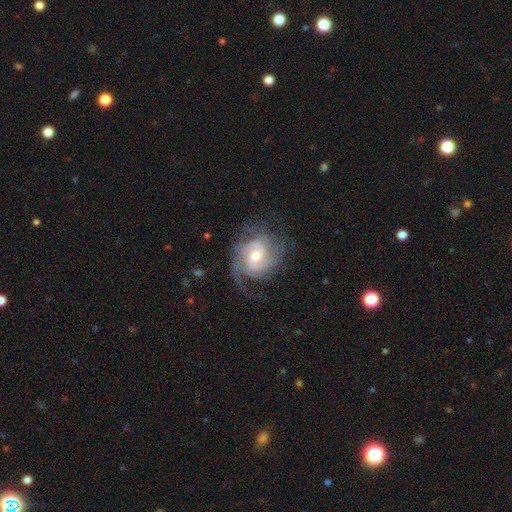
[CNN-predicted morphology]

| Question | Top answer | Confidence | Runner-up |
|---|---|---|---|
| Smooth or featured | featured or disk | 88% | smooth (7%) |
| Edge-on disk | no | 98% | yes (2%) |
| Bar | weak | 46% | no (42%) |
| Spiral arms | yes | 97% | no (3%) |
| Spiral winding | tight | 51% | medium (38%) |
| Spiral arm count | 2 | 38% | 3 (24%) |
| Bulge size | moderate | 63% | small (27%) |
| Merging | none | 66% | minor disturbance (18%) |